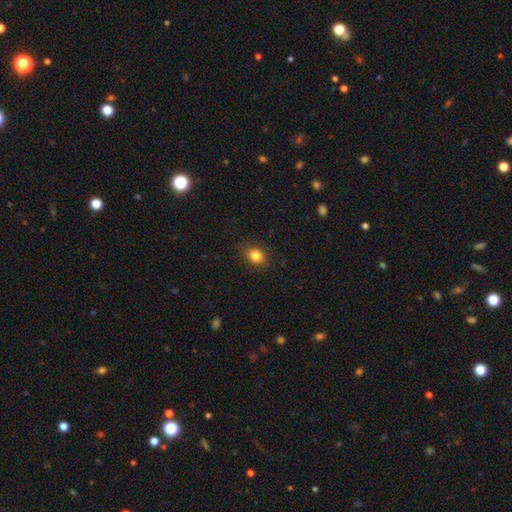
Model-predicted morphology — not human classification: This appears to be a smooth galaxy with no disk features (84%) that is in between round and cigar-shaped (55%). Merging: none (87%).